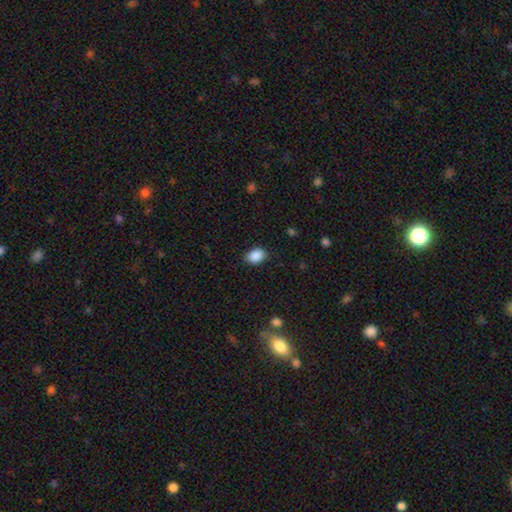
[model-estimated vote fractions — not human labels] smooth 89%, star or artifact 8%, featured or disk 3%. Down the decision tree: how rounded — in between (73%); merging — none (85%).